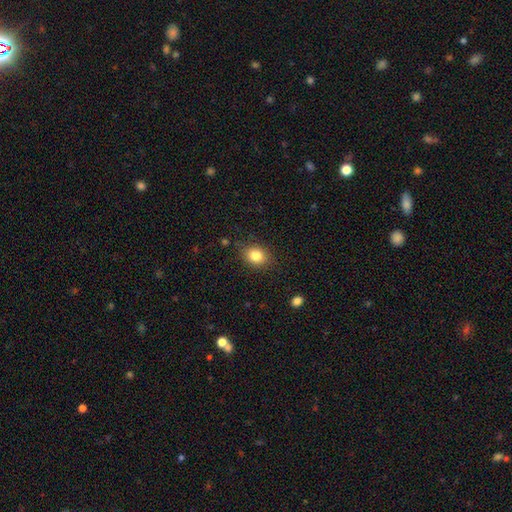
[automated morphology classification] This is clearly a smooth galaxy (83%). How rounded: possibly round (51%). Merging: clearly none (82%).